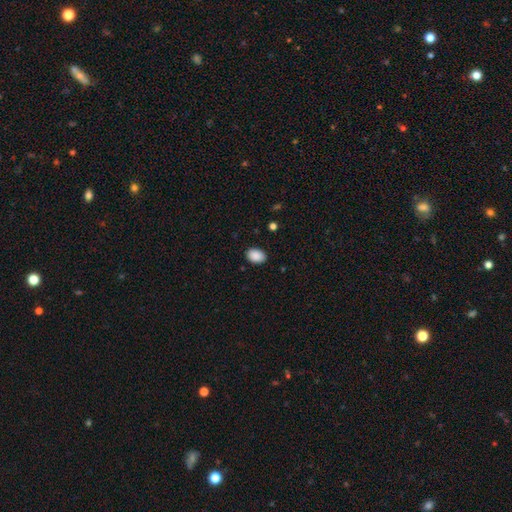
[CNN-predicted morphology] Smooth or featured? smooth (90%)
How rounded? in between (82%)
Merging? none (88%)